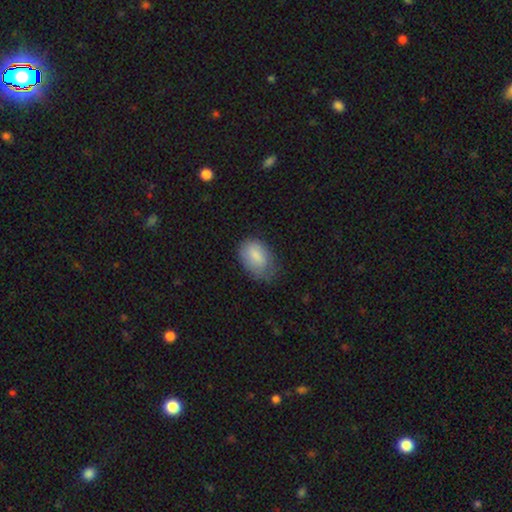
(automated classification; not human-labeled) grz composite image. It shows a smooth galaxy with no disk features (81%) that is in between round and cigar-shaped (86%). Merging: none (51%).